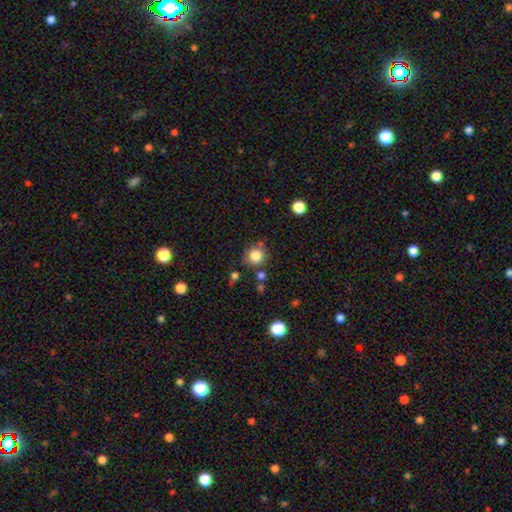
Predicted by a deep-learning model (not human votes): smooth 83%, star or artifact 11%, featured or disk 6%. Down the decision tree: how rounded — round (89%); merging — none (76%).